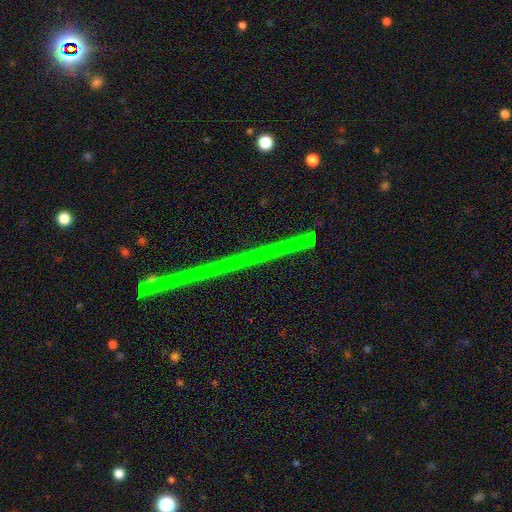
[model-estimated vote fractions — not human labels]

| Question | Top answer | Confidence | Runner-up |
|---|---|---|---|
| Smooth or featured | star or artifact | 76% | featured or disk (17%) |